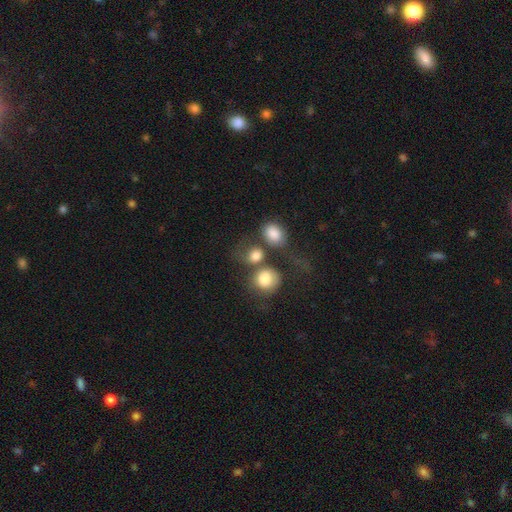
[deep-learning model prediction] Overall: smooth (80%). How rounded: round (67%; in between 32%). Merging: merger (41%; none 34%).